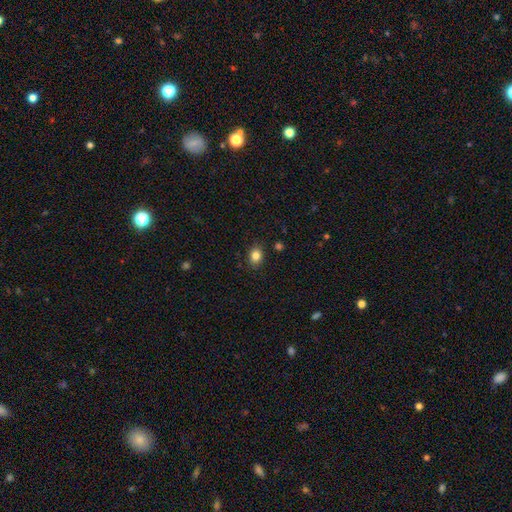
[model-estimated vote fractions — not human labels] Overall: smooth (84%). How rounded: in between (54%; round 45%). Merging: none (86%).